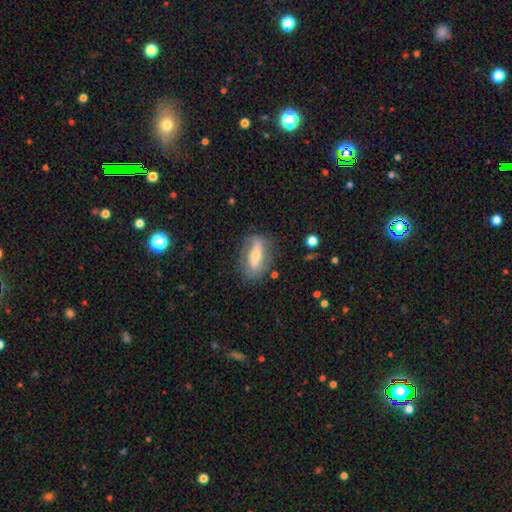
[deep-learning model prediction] Smooth or featured: featured or disk — 53% (smooth — 39%)
Edge-on disk: no — 74% (yes — 26%)
Merging: none — 76% (minor disturbance — 17%)